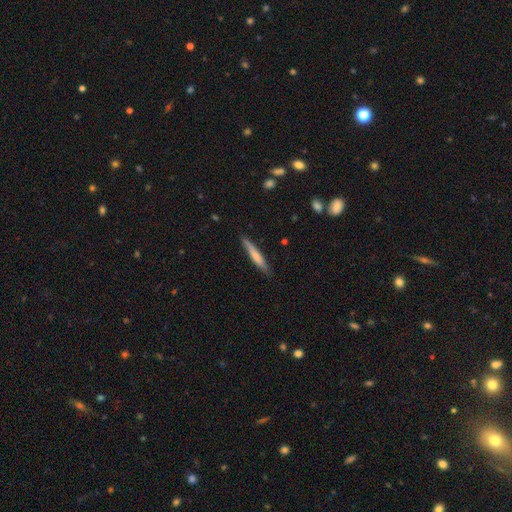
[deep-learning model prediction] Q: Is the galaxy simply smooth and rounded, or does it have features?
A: smooth — 67%.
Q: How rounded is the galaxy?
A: cigar-shaped — 94%.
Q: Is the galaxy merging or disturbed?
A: none — 83%.